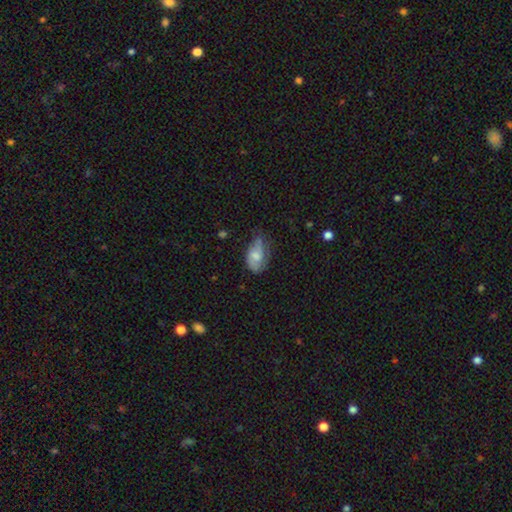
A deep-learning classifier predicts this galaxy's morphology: Smooth or featured?
  - smooth: 63% *
  - featured or disk: 30%
  - star or artifact: 8%
How rounded?
  - in between: 90% *
  - round: 8%
  - cigar-shaped: 2%
Merging?
  - minor disturbance: 40% *
  - none: 36%
  - major disturbance: 22%
  - merger: 2%